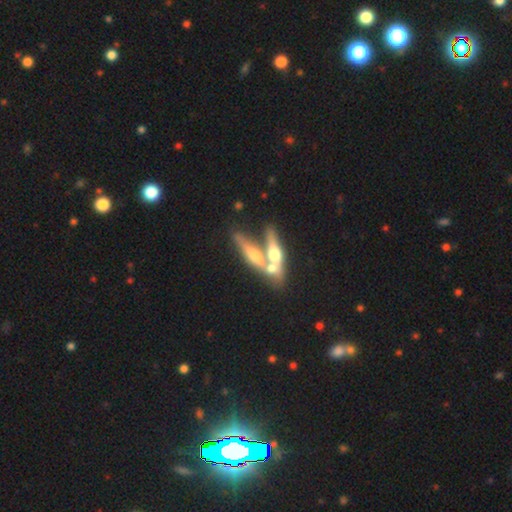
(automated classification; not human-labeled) Smooth or featured?
  - featured or disk: 59% *
  - smooth: 33%
  - star or artifact: 8%
Edge-on disk?
  - yes: 75% *
  - no: 25%
Merging?
  - merger: 60% *
  - none: 27%
  - minor disturbance: 8%
  - major disturbance: 5%